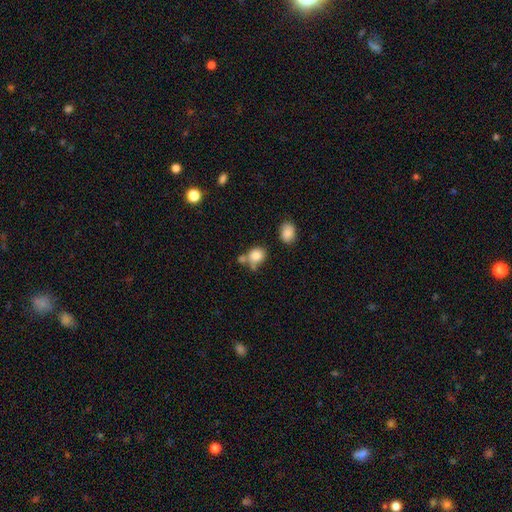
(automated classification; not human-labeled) Morphology: type=smooth (83%); roundness=round (67%); merging=none (52%).